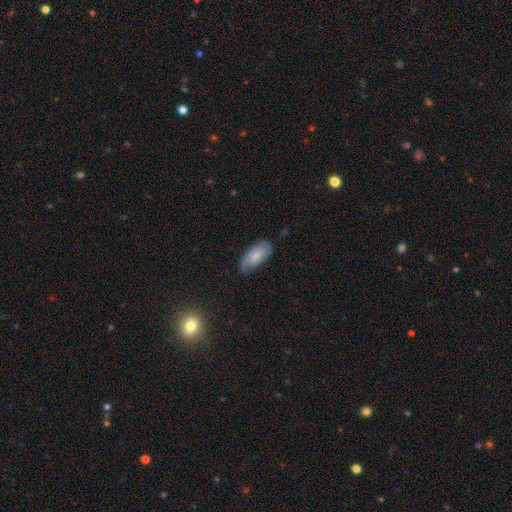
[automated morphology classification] Overall: smooth (72%). How rounded: in between (90%). Merging: none (58%; minor disturbance 32%).